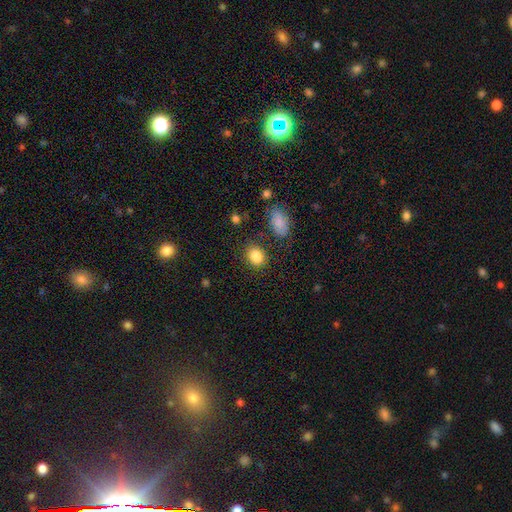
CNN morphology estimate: Smooth or featured: smooth — 86% (star or artifact — 10%)
How rounded: in between — 64% (round — 35%)
Merging: none — 82% (minor disturbance — 11%)